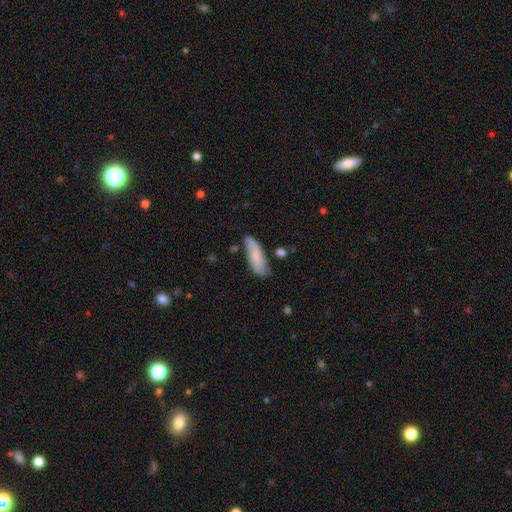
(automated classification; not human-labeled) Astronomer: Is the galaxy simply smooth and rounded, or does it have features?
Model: smooth — 73%.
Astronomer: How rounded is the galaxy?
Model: in between — 59% (runner-up: cigar-shaped, 39%).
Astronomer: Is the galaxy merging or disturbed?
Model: none — 68%.